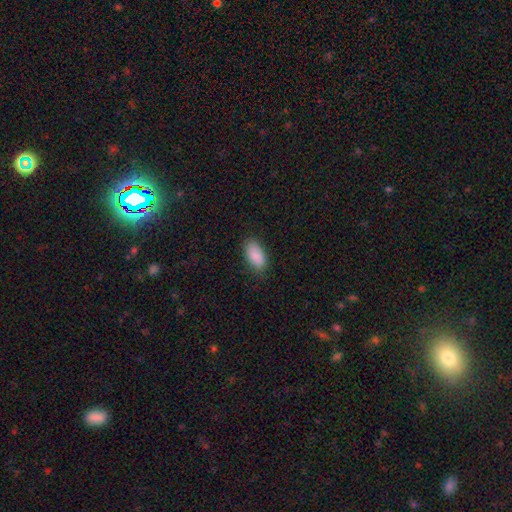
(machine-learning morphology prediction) type=smooth (89%); roundness=in between (93%); merging=none (83%).